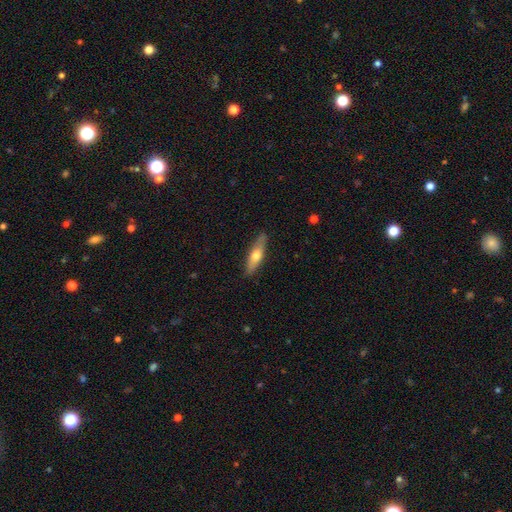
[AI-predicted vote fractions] Overall: smooth (55%; featured or disk 39%). How rounded: cigar-shaped (67%; in between 31%). Merging: none (86%).